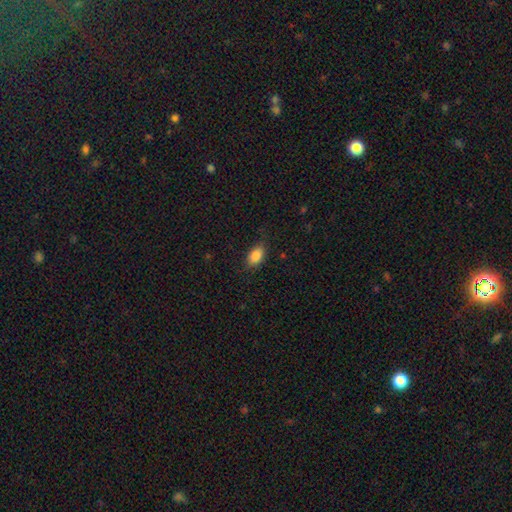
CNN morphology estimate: smooth 85%, star or artifact 8%, featured or disk 6%. Down the decision tree: how rounded — in between (89%); merging — none (82%).